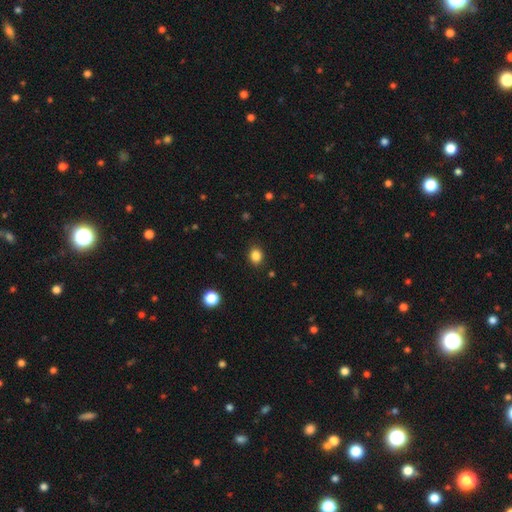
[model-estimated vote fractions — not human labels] A smooth galaxy with no disk features (85%) that is round (56%). Merging: none (88%).